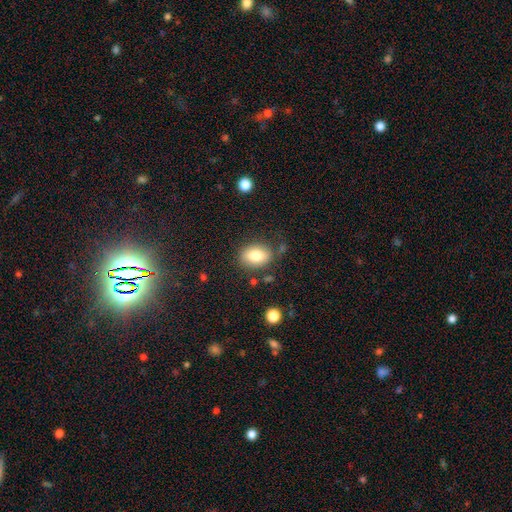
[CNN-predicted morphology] Smooth or featured? Predicted: smooth (p=0.77). How rounded? Predicted: in between (p=0.68). Merging? Predicted: none (p=0.77).